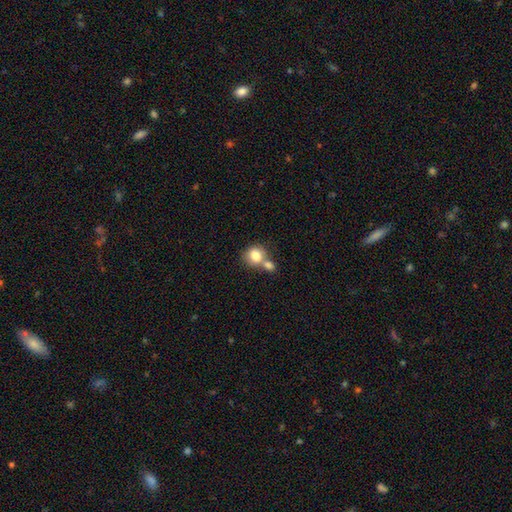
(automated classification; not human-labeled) Morphology: type=smooth (81%); roundness=round (82%); merging=merger (45%).